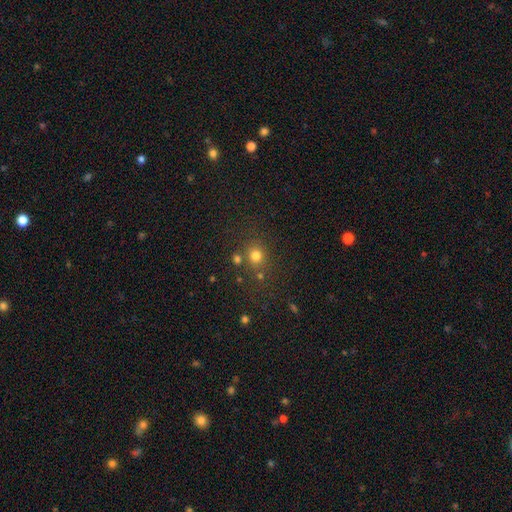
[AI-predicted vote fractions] This is likely a smooth galaxy (75%). How rounded: clearly round (82%). Merging: likely none (71%).